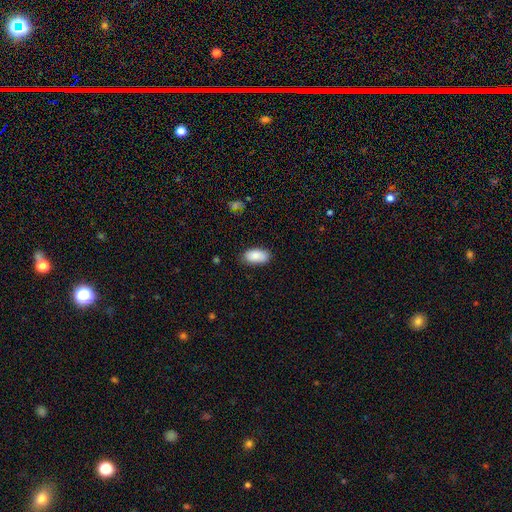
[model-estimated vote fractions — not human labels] Overall: smooth (85%). How rounded: in between (94%). Merging: none (82%).